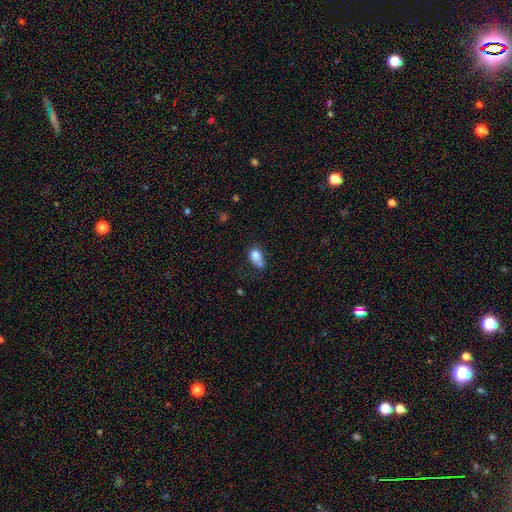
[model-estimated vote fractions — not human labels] Smooth or featured?
  - smooth: 78% *
  - featured or disk: 12%
  - star or artifact: 10%
How rounded?
  - in between: 66% *
  - round: 32%
  - cigar-shaped: 2%
Merging?
  - none: 34% *
  - minor disturbance: 31%
  - merger: 19%
  - major disturbance: 15%